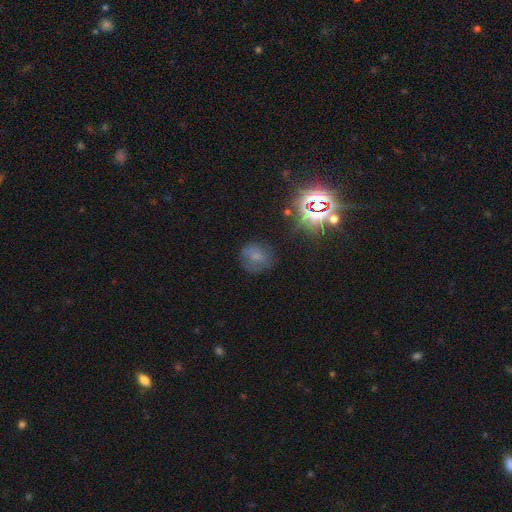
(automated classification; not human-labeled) Smooth or featured?
  - smooth: 55% *
  - star or artifact: 24%
  - featured or disk: 21%
How rounded?
  - round: 76% *
  - in between: 22%
  - cigar-shaped: 1%
Merging?
  - none: 66% *
  - minor disturbance: 21%
  - major disturbance: 10%
  - merger: 3%